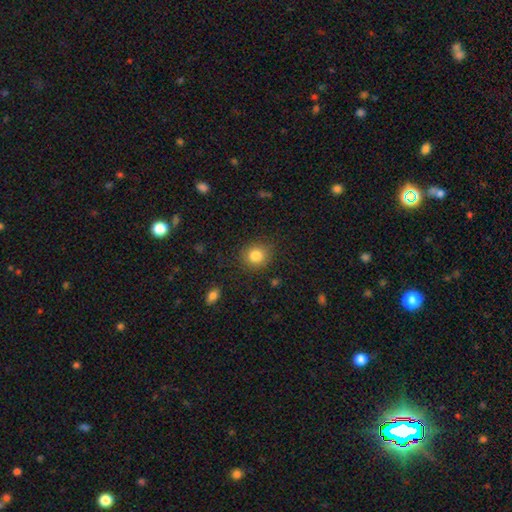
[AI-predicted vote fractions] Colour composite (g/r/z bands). It shows a smooth galaxy with no disk features (83%) that is round (82%). Merging: none (85%).